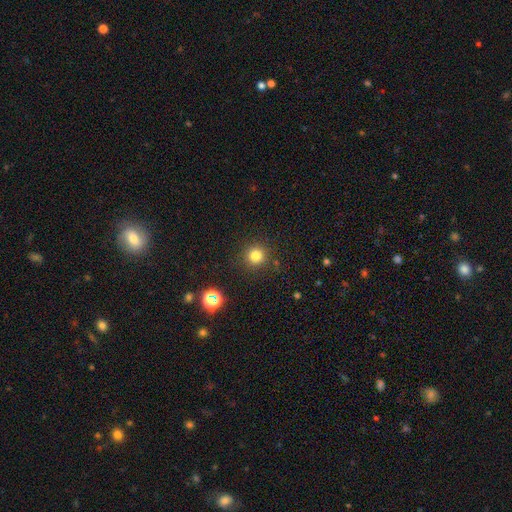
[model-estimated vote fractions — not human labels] smooth-or-featured: smooth: 80% | star or artifact: 14% | featured or disk: 5%
  how-rounded: round: 94% | in between: 5% | cigar-shaped: 1%
  merging: none: 89% | minor disturbance: 7% | major disturbance: 3% | merger: 2%